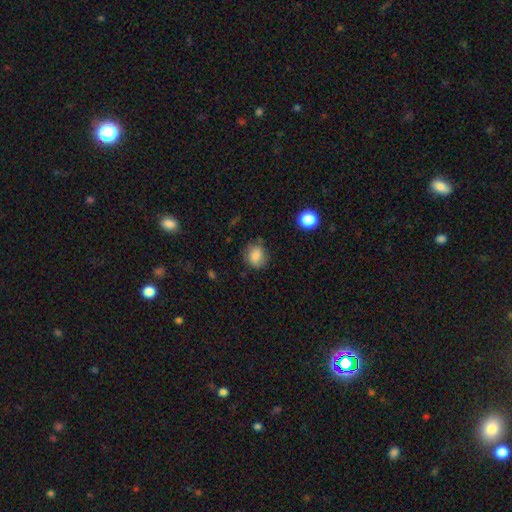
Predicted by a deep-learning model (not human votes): Smooth or featured? smooth (82%)
How rounded? round (69%)
Merging? none (71%)